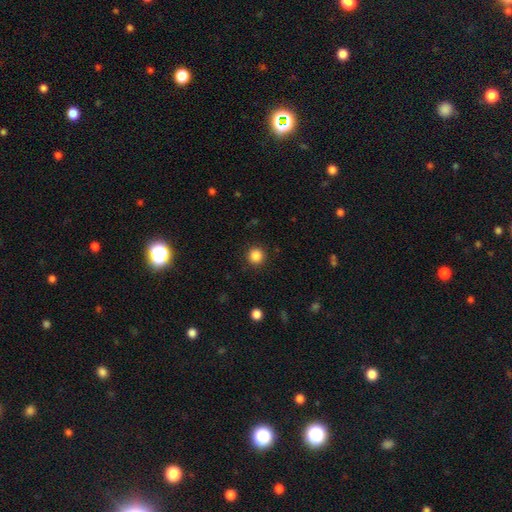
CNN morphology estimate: smooth 86%, star or artifact 11%, featured or disk 3%. Down the decision tree: how rounded — round (95%); merging — none (91%).